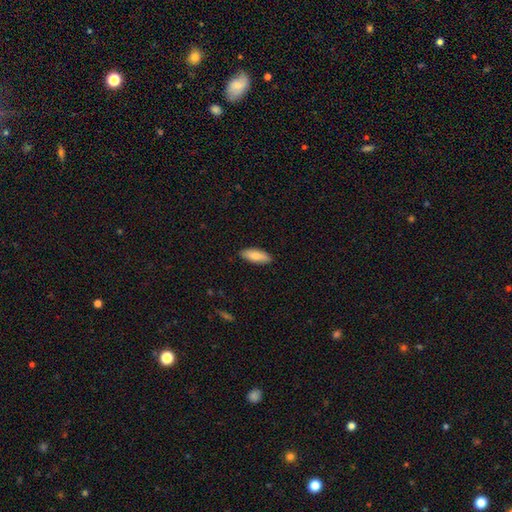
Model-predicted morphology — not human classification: A smooth galaxy with no disk features (83%) that is in between round and cigar-shaped (67%). Merging: none (88%).